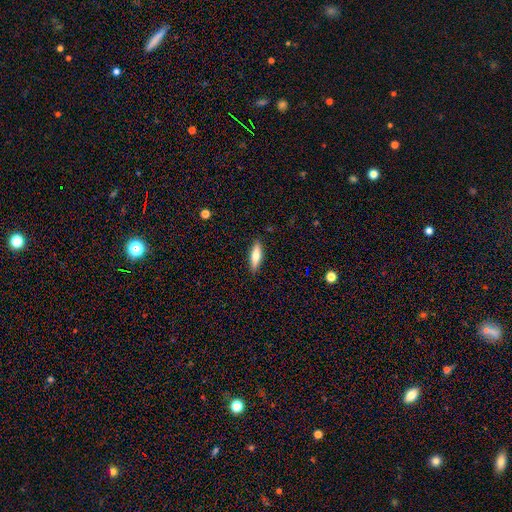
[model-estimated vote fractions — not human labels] A smooth galaxy with no disk features (68%) that is cigar-shaped (60%). Merging: none (89%).